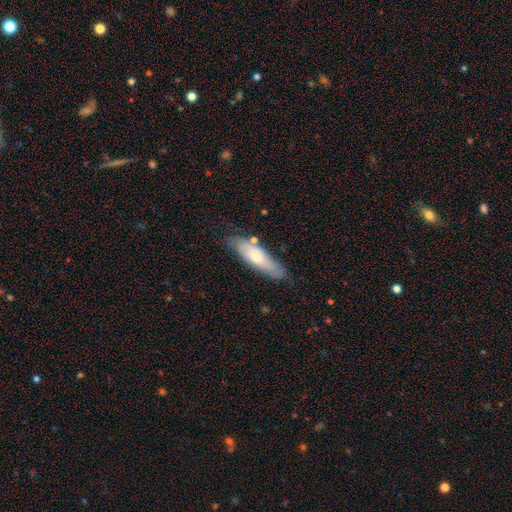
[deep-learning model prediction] A smooth galaxy with no disk features (60%) that is cigar-shaped (57%).

Vote fractions:
- Smooth or featured? smooth: 60% / featured or disk: 34% / star or artifact: 6%
- How rounded? cigar-shaped: 57% / in between: 42% / round: 2%
- Merging? none: 74% / minor disturbance: 18% / merger: 4% / major disturbance: 3%